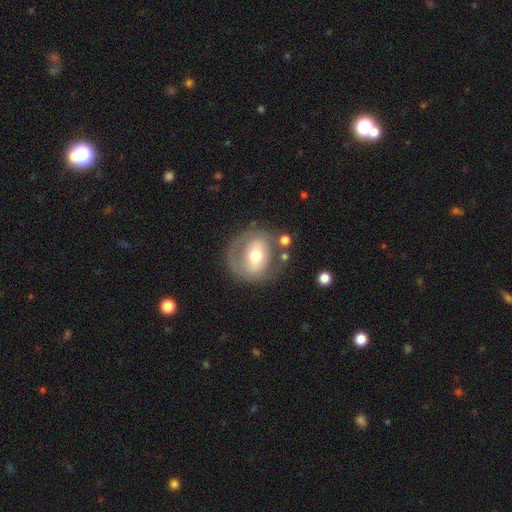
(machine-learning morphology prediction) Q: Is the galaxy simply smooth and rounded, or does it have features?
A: featured or disk — 54%.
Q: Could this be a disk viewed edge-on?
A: no — 94%.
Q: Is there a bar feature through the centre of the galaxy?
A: no — 36%, tied with weak.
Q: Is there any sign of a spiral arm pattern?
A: no — 60%.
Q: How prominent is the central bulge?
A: moderate — 71%.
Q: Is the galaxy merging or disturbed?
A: none — 64%.